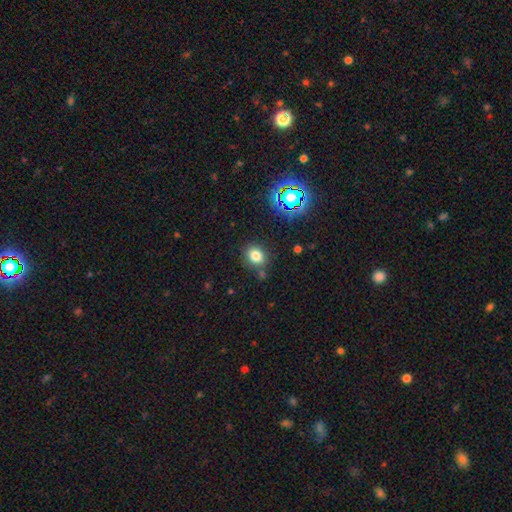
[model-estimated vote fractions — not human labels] Q: Smooth or featured?
A: smooth (78%); runner-up: star or artifact (15%)
Q: How rounded?
A: round (56%); runner-up: in between (43%)
Q: Merging?
A: none (75%); runner-up: minor disturbance (13%)